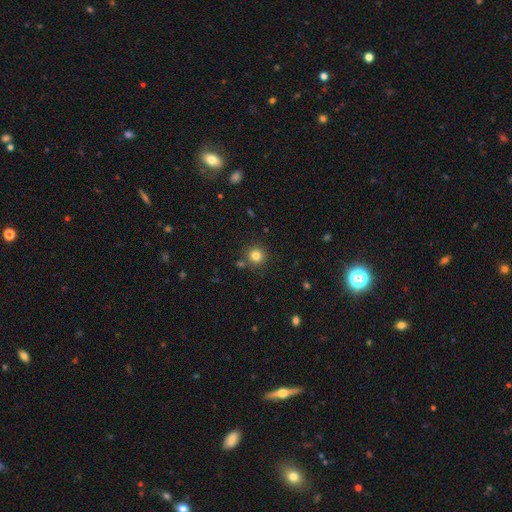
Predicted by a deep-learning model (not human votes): Smooth or featured: smooth — 81% (star or artifact — 13%)
How rounded: round — 94% (in between — 5%)
Merging: none — 84% (minor disturbance — 7%)